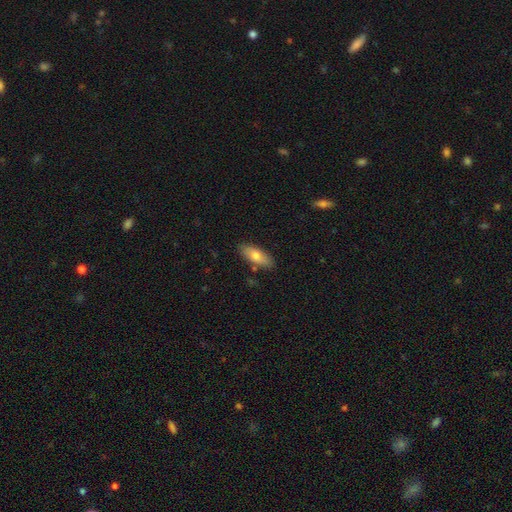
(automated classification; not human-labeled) This appears to be a smooth galaxy with no disk features (76%) that is in between round and cigar-shaped (75%). Merging: none (84%).